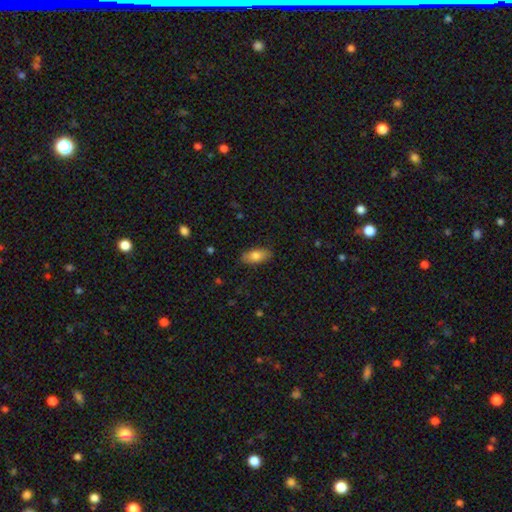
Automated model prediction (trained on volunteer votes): smooth-or-featured: smooth: 77% | featured or disk: 16% | star or artifact: 7%
  how-rounded: in between: 86% | cigar-shaped: 10% | round: 4%
  merging: none: 86% | minor disturbance: 10% | major disturbance: 2% | merger: 1%